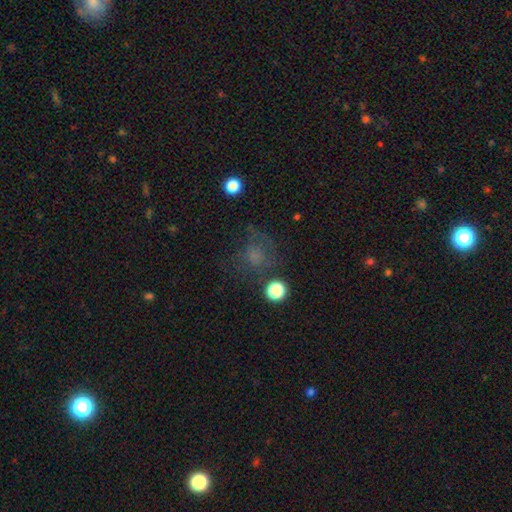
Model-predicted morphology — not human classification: The model was most divided on "merging": none: 49%, major disturbance: 27%, minor disturbance: 20%, merger: 4%. More confident: how rounded — round (75%); smooth or featured — smooth (52%).